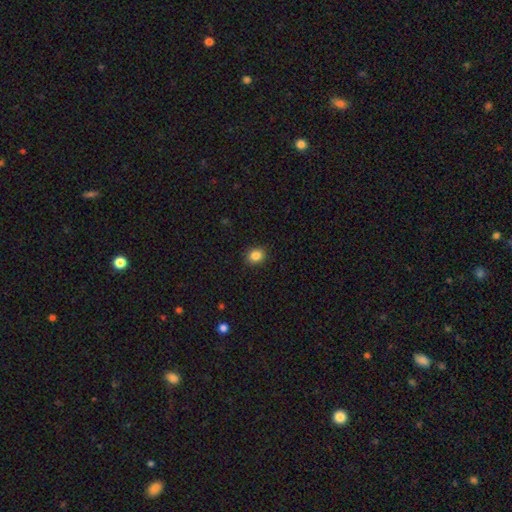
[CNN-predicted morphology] Smooth or featured?
  - smooth: 85% *
  - star or artifact: 11%
  - featured or disk: 4%
How rounded?
  - round: 69% *
  - in between: 30%
  - cigar-shaped: 1%
Merging?
  - none: 90% *
  - minor disturbance: 7%
  - major disturbance: 2%
  - merger: 1%